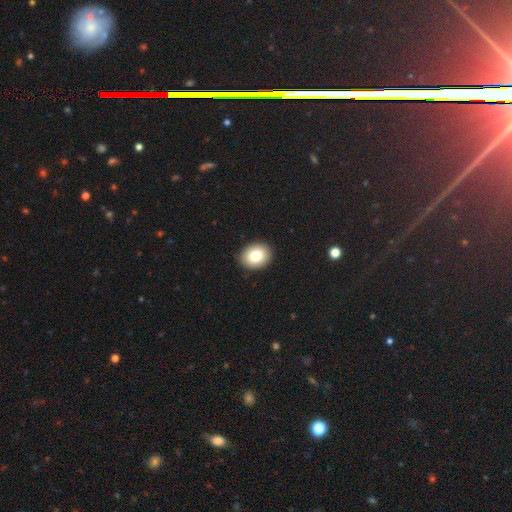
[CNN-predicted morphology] A smooth galaxy with no disk features (81%) that is in between round and cigar-shaped (54%).

Vote fractions:
- Smooth or featured? smooth: 81% / featured or disk: 10% / star or artifact: 9%
- How rounded? in between: 54% / round: 45% / cigar-shaped: 1%
- Merging? none: 90% / minor disturbance: 7% / major disturbance: 2% / merger: 1%